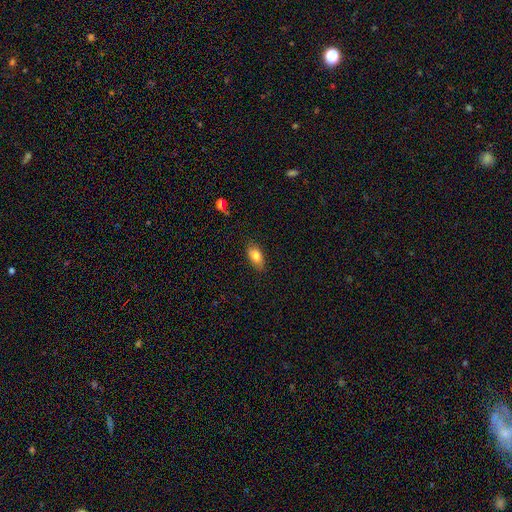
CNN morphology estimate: This is clearly a smooth galaxy (82%). How rounded: clearly in between (88%). Merging: clearly none (83%).